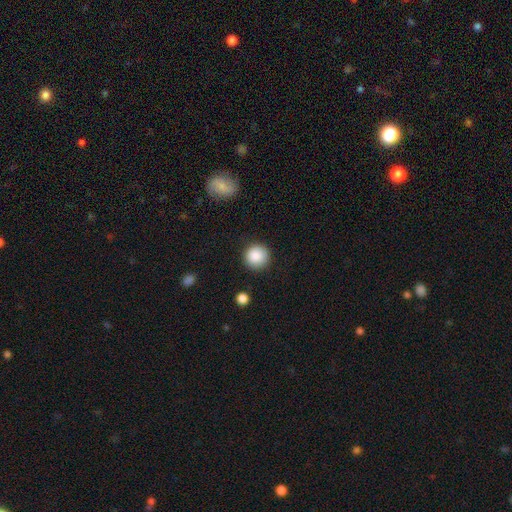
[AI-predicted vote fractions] Q: Smooth or featured?
A: smooth (88%); runner-up: star or artifact (9%)
Q: How rounded?
A: round (95%); runner-up: in between (4%)
Q: Merging?
A: none (89%); runner-up: minor disturbance (7%)